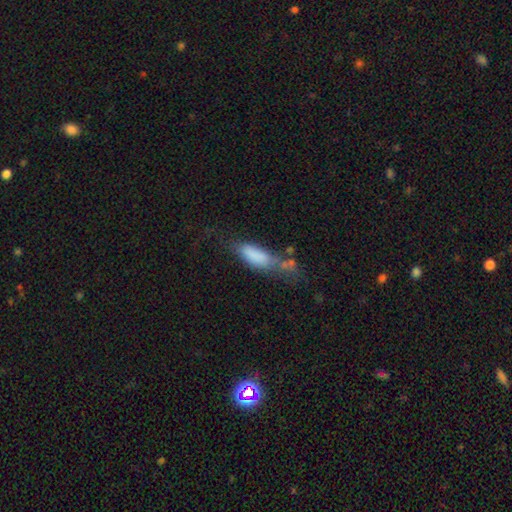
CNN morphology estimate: A smooth galaxy with no disk features (75%) that is in between round and cigar-shaped (66%).

Vote fractions:
- Smooth or featured? smooth: 75% / featured or disk: 16% / star or artifact: 9%
- How rounded? in between: 66% / cigar-shaped: 31% / round: 3%
- Merging? major disturbance: 30% / none: 29% / minor disturbance: 27% / merger: 14%